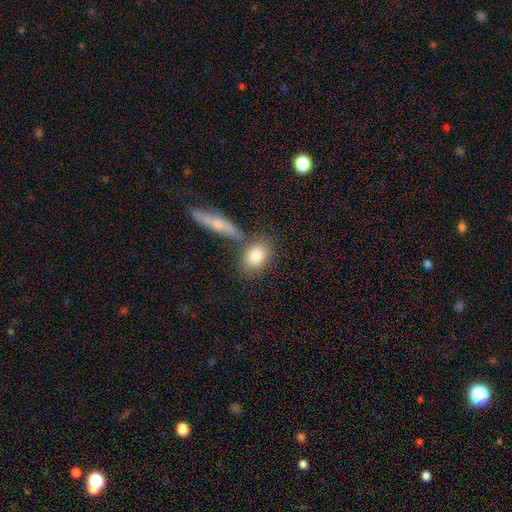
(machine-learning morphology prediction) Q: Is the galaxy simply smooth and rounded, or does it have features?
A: smooth — 80%.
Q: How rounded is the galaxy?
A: in between — 62%.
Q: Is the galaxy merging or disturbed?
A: none — 63%.